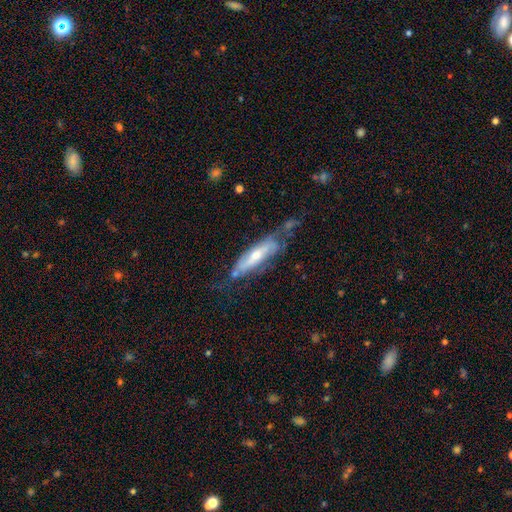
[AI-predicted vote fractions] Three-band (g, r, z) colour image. It shows a featured or disk galaxy (64%). Merging: none (47%).